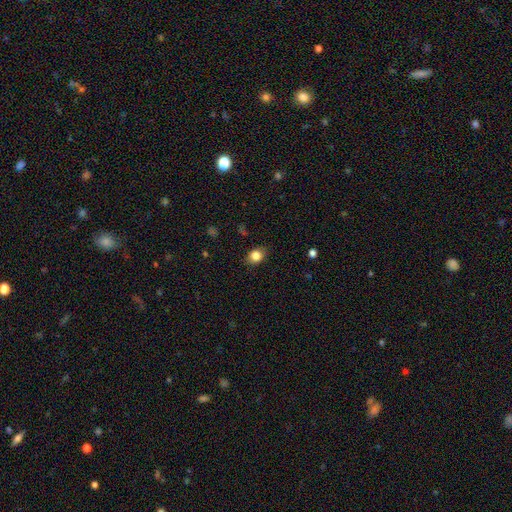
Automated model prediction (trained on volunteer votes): A smooth galaxy with no disk features (84%) that is round (52%).

Vote fractions:
- Smooth or featured? smooth: 84% / star or artifact: 10% / featured or disk: 6%
- How rounded? round: 52% / in between: 47% / cigar-shaped: 1%
- Merging? none: 84% / minor disturbance: 13% / major disturbance: 3% / merger: 1%